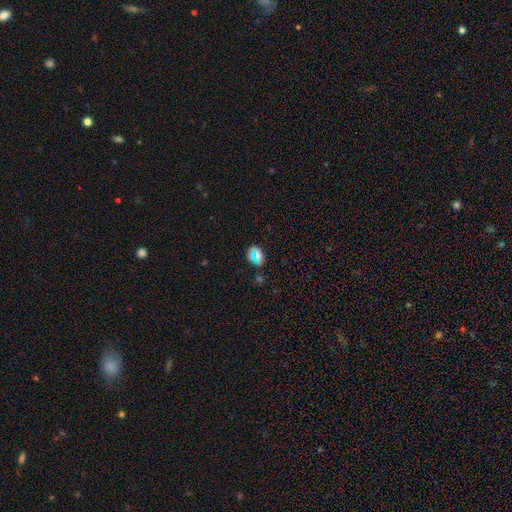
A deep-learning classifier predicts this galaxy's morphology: This is possibly a smooth galaxy (52%). How rounded: possibly in between (50%). Merging: likely none (71%).